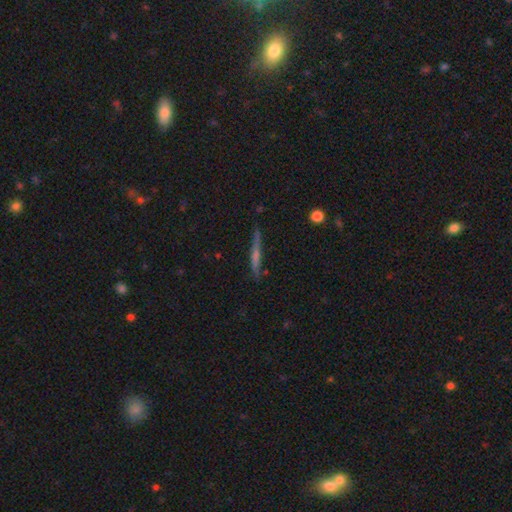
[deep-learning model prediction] Smooth or featured: featured or disk — 53% (smooth — 28%)
Edge-on disk: yes — 90% (no — 10%)
Merging: none — 83% (minor disturbance — 11%)